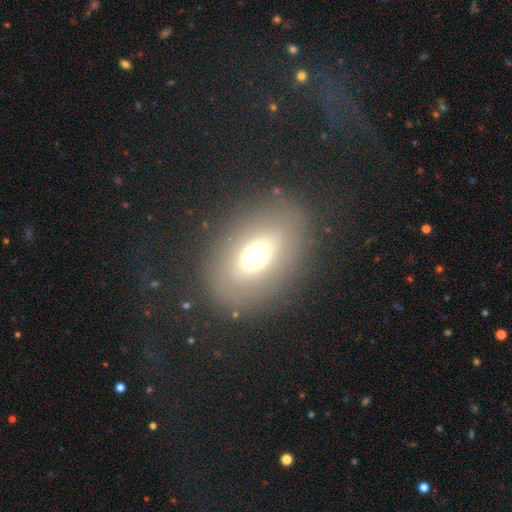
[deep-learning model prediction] A smooth galaxy with no disk features (60%) that is in between round and cigar-shaped (80%).

Vote fractions:
- Smooth or featured? smooth: 60% / featured or disk: 27% / star or artifact: 13%
- How rounded? in between: 80% / round: 18% / cigar-shaped: 2%
- Merging? none: 81% / minor disturbance: 11% / major disturbance: 7% / merger: 2%